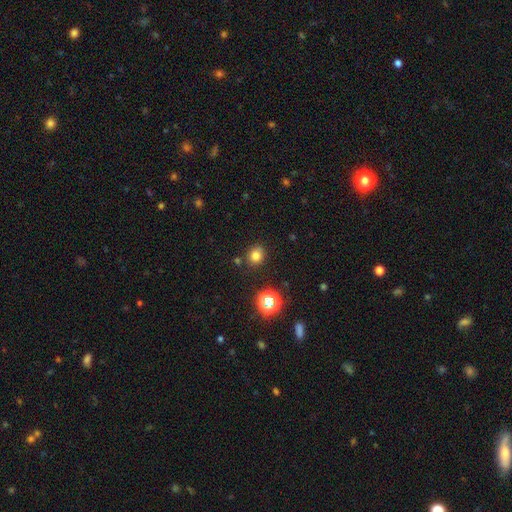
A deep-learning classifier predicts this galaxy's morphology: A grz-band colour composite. It shows a smooth galaxy with no disk features (78%) that is round (78%). Merging: none (82%).